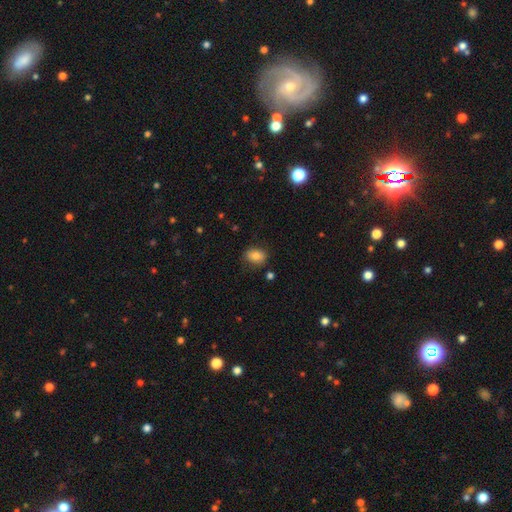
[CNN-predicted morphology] smooth_or_featured: smooth (p=0.82) [alt: star or artifact p=0.09]
how_rounded: in between (p=0.68) [alt: round p=0.31]
merging: none (p=0.80) [alt: minor disturbance p=0.14]